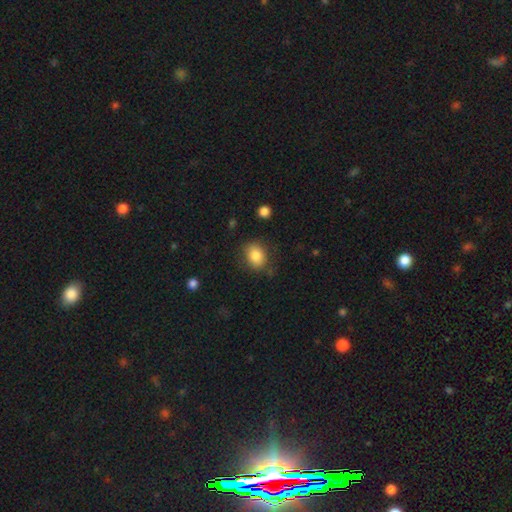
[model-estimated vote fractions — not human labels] Smooth or featured? Predicted: smooth (p=0.84). How rounded? Predicted: in between (p=0.52). Merging? Predicted: none (p=0.76).